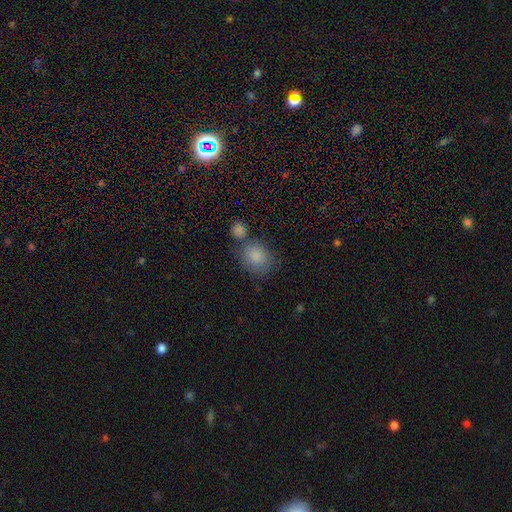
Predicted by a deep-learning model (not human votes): This is clearly a smooth galaxy (84%). How rounded: likely round (62%). Merging: possibly none (52%).